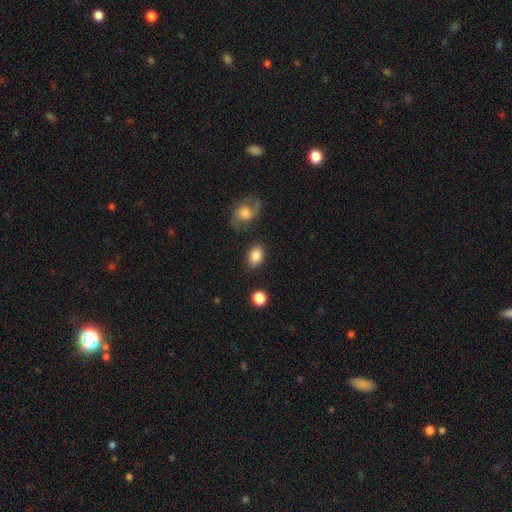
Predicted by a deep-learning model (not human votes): This appears to be a smooth galaxy with no disk features (83%) that is in between round and cigar-shaped (76%). Merging: none (82%).